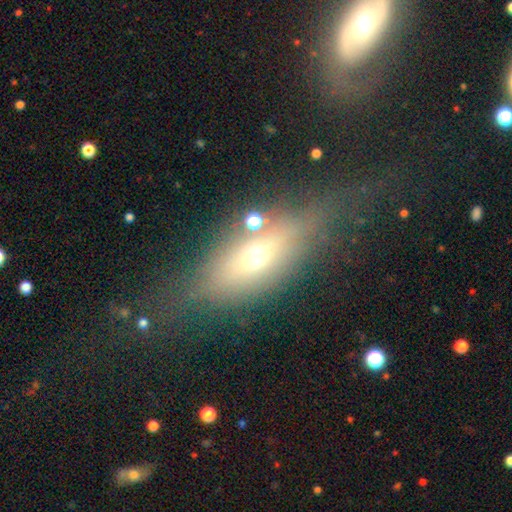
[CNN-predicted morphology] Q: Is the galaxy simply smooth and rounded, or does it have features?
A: smooth — 49%.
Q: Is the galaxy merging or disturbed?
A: none — 58%.